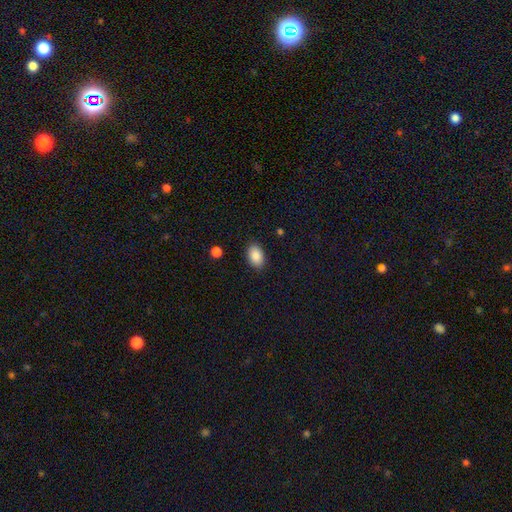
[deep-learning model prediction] Smooth or featured? smooth (87%)
How rounded? in between (89%)
Merging? none (88%)